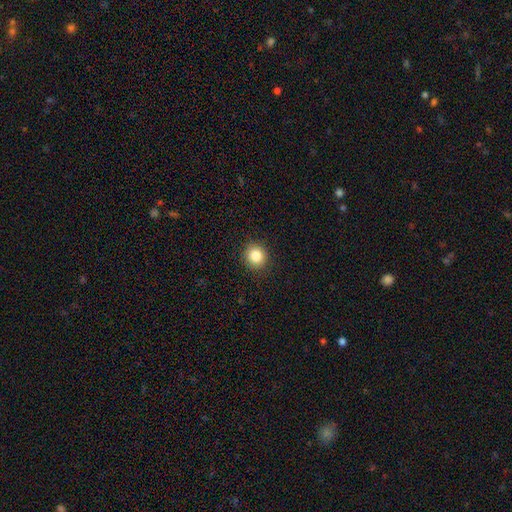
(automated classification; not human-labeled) Q: Smooth or featured?
A: smooth (84%); runner-up: star or artifact (10%)
Q: How rounded?
A: round (90%); runner-up: in between (9%)
Q: Merging?
A: none (92%); runner-up: minor disturbance (6%)